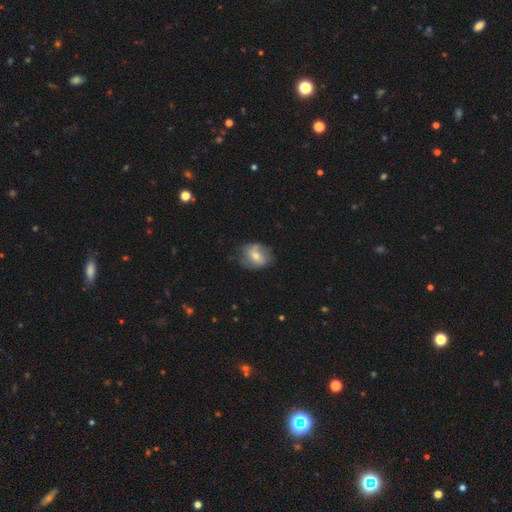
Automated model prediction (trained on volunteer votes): Morphology: type=smooth (58%); roundness=in between (55%); merging=none (64%).